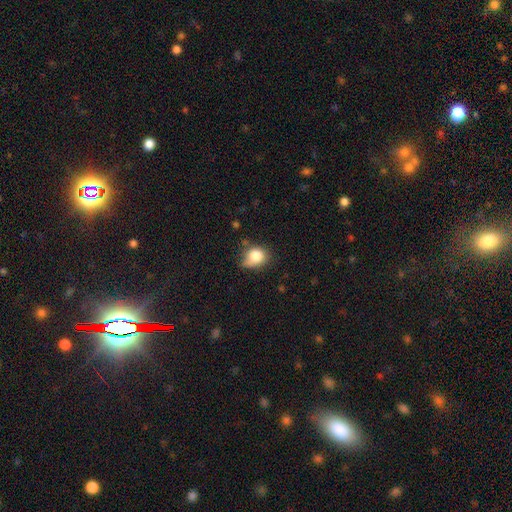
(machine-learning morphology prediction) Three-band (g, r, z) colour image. It shows a smooth galaxy with no disk features (81%) that is round (55%). Merging: none (45%).